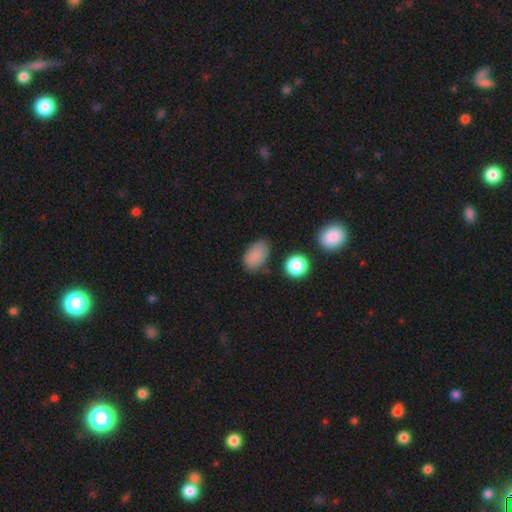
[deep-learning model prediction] This appears to be a smooth galaxy with no disk features (84%) that is in between round and cigar-shaped (87%). Merging: none (71%).